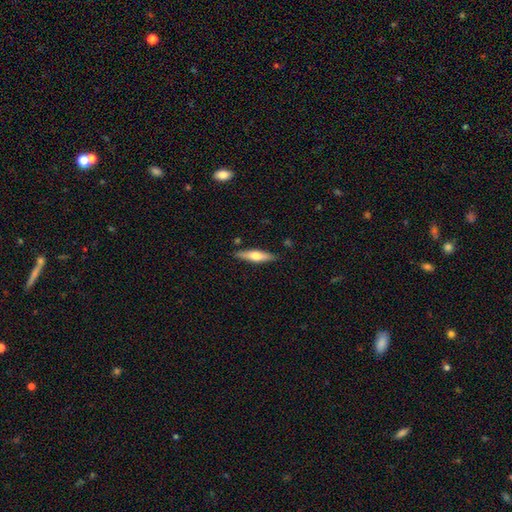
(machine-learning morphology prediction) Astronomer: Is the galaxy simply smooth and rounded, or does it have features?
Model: smooth — 49% (runner-up: featured or disk, 46%).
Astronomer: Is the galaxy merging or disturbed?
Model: none — 86%.